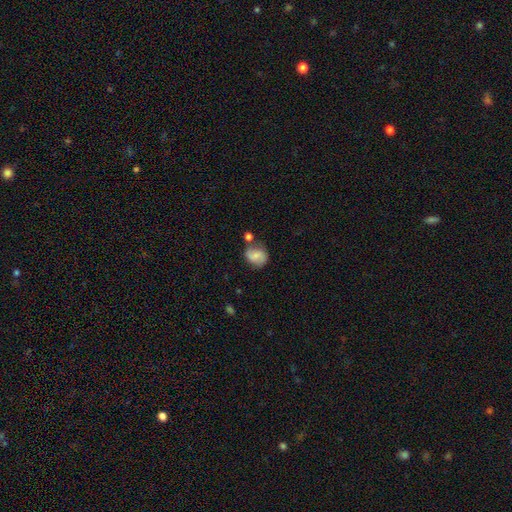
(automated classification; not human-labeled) smooth 61%, featured or disk 30%, star or artifact 9%. Down the decision tree: how rounded — round (58%); merging — none (57%).